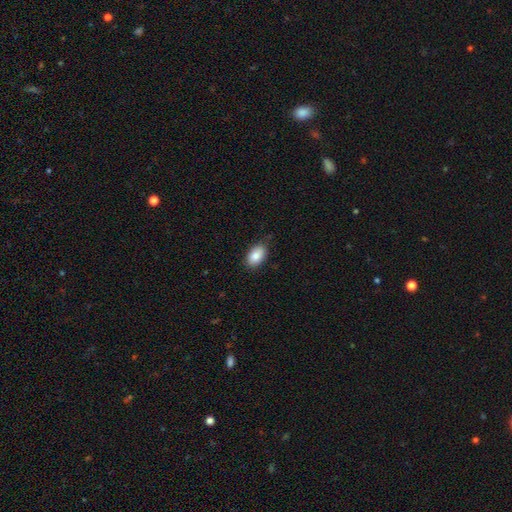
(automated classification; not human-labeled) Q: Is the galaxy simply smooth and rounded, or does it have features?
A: smooth — 86%.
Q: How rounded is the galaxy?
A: in between — 92%.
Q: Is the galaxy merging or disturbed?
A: none — 82%.